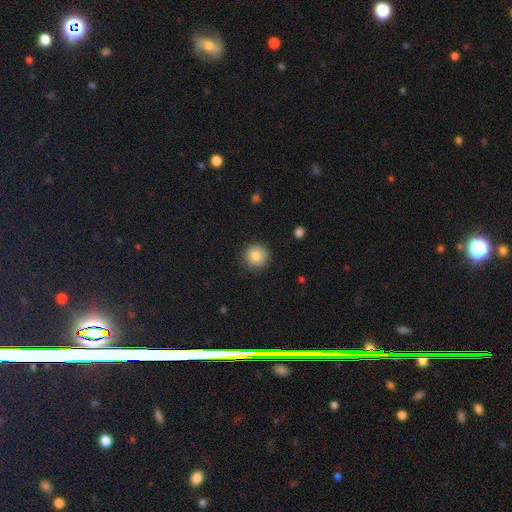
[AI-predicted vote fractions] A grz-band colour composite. It shows a smooth galaxy with no disk features (84%) that is round (94%). Merging: none (89%).